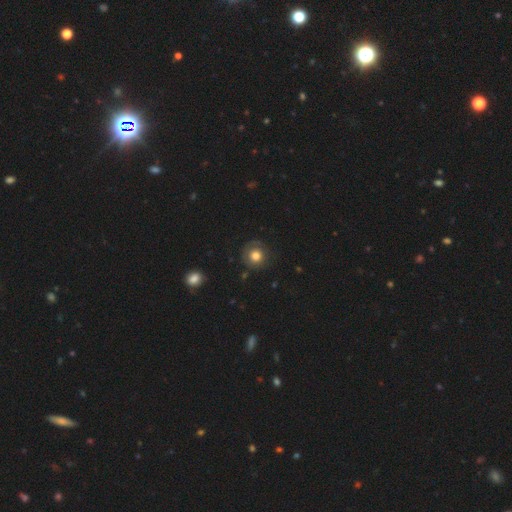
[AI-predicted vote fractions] A smooth galaxy with no disk features (71%) that is round (93%).

Vote fractions:
- Smooth or featured? smooth: 71% / featured or disk: 19% / star or artifact: 10%
- How rounded? round: 93% / in between: 6% / cigar-shaped: 1%
- Merging? none: 79% / minor disturbance: 13% / major disturbance: 6% / merger: 2%